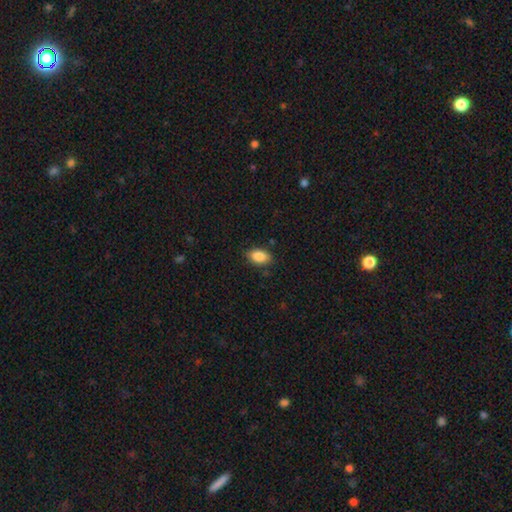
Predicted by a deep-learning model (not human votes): Smooth or featured: smooth — 87% (star or artifact — 8%)
How rounded: in between — 91% (round — 7%)
Merging: none — 86% (minor disturbance — 11%)